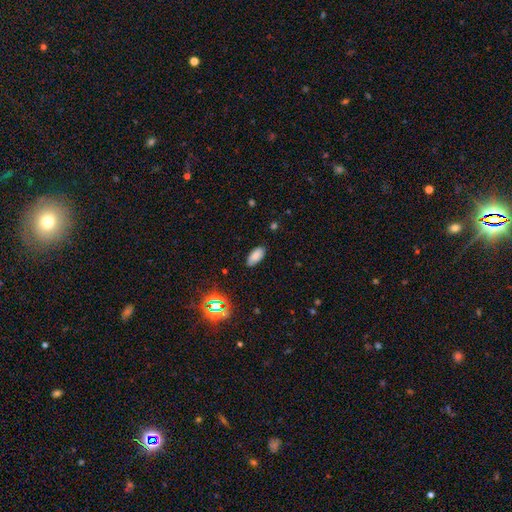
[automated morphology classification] type=smooth (80%); roundness=in between (92%); merging=none (84%).